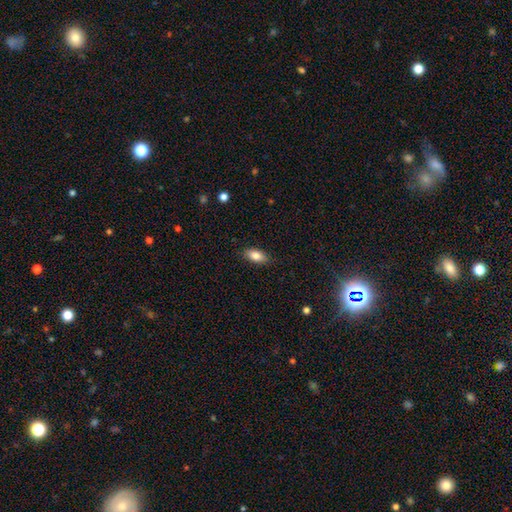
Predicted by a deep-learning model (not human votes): Smooth or featured?
  - smooth: 84% *
  - featured or disk: 9%
  - star or artifact: 7%
How rounded?
  - in between: 88% *
  - cigar-shaped: 8%
  - round: 4%
Merging?
  - none: 86% *
  - minor disturbance: 11%
  - major disturbance: 2%
  - merger: 1%